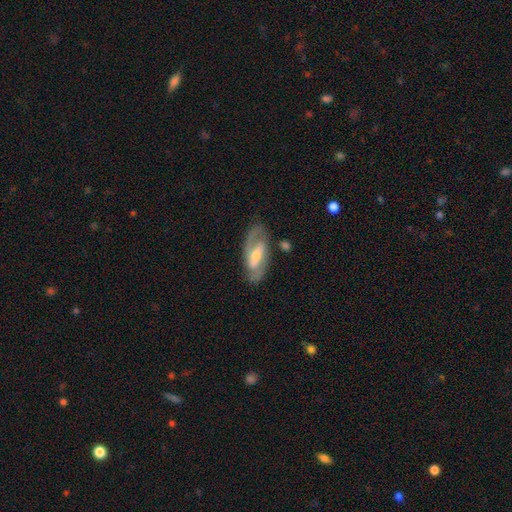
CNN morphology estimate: smooth_or_featured: featured or disk (p=0.82) [alt: smooth p=0.13]
disk_edge_on: no (p=0.93) [alt: yes p=0.07]
bar: strong (p=0.50) [alt: weak p=0.35]
has_spiral_arms: yes (p=0.91) [alt: no p=0.09]
spiral_winding: medium (p=0.51) [alt: tight p=0.33]
spiral_arm_count: 2 (p=0.87) [alt: can't tell p=0.06]
bulge_size: moderate (p=0.48) [alt: small p=0.44]
merging: none (p=0.80) [alt: minor disturbance p=0.13]